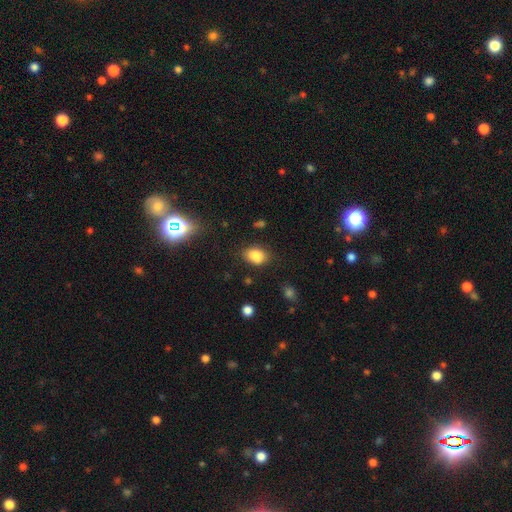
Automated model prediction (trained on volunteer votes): smooth-or-featured: smooth: 84% | star or artifact: 10% | featured or disk: 6%
  how-rounded: in between: 76% | round: 23% | cigar-shaped: 1%
  merging: none: 75% | minor disturbance: 18% | major disturbance: 5% | merger: 3%